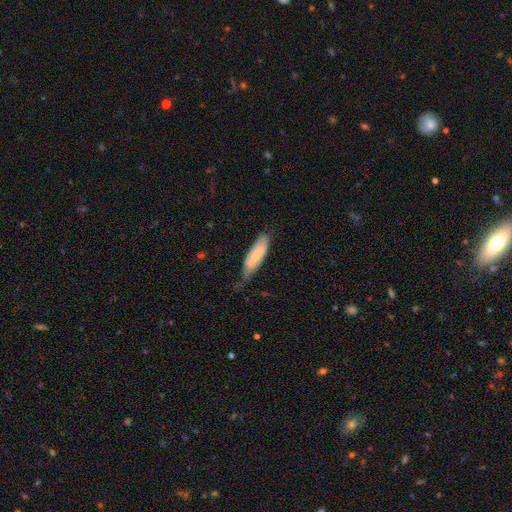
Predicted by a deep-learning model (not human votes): smooth-or-featured: smooth: 68% | featured or disk: 26% | star or artifact: 6%
  how-rounded: cigar-shaped: 51% | in between: 48% | round: 2%
  merging: none: 50% | minor disturbance: 39% | major disturbance: 10% | merger: 2%